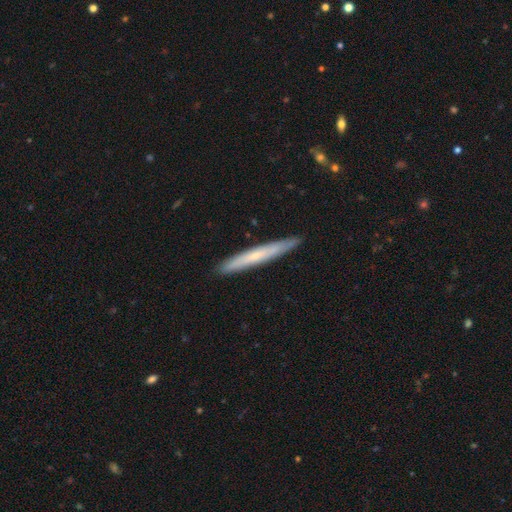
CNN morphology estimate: Smooth or featured?
  - featured or disk: 47% * (tied)
  - smooth: 47% * (tied)
  - star or artifact: 6%
Merging?
  - none: 90% *
  - minor disturbance: 7%
  - major disturbance: 1%
  - merger: 1%